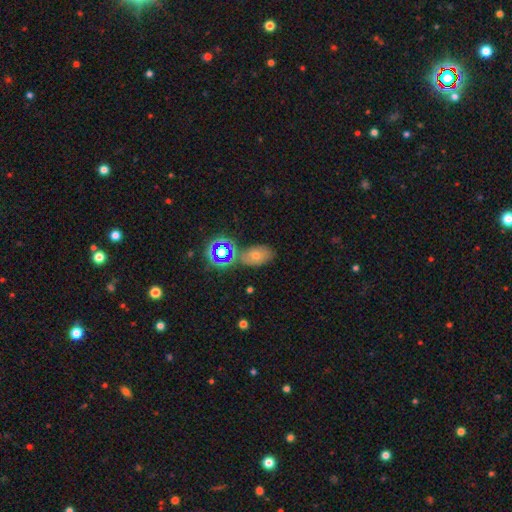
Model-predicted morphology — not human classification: Overall: star or artifact (42%; smooth 37%).